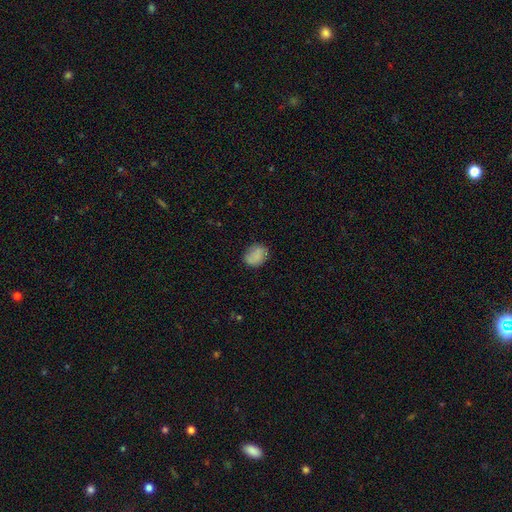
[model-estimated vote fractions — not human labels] Morphology: type=smooth (81%); roundness=in between (62%); merging=none (73%).